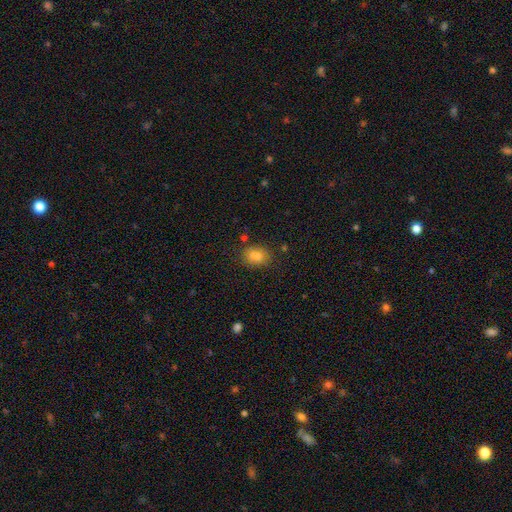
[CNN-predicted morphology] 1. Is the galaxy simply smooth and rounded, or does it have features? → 81% smooth, 13% star or artifact, 6% featured or disk.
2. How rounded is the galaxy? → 60% in between, 38% round, 1% cigar-shaped.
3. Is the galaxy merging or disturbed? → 79% none, 13% minor disturbance, 4% merger, 4% major disturbance.